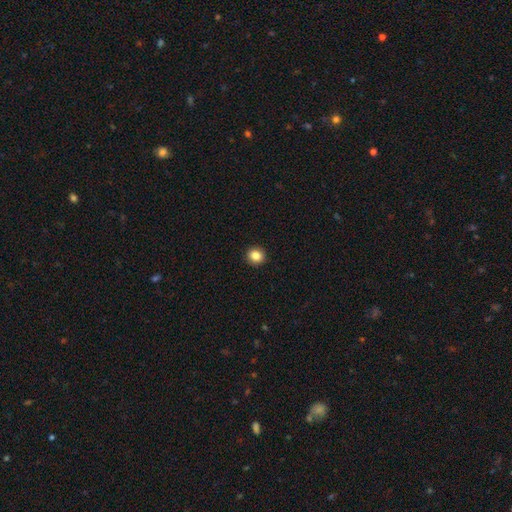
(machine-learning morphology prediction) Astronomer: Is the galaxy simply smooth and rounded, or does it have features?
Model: smooth — 85%.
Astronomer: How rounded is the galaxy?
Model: round — 87%.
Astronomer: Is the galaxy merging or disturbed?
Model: none — 93%.